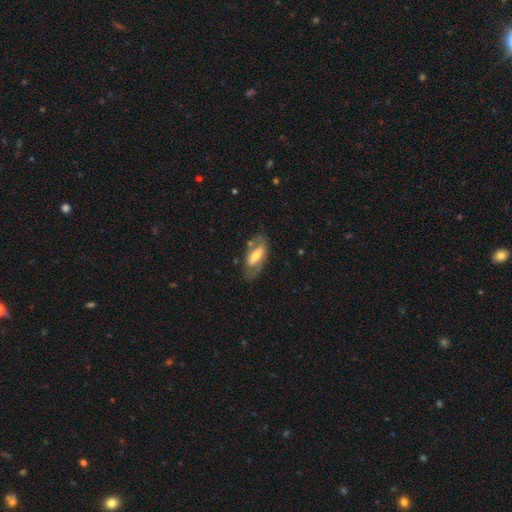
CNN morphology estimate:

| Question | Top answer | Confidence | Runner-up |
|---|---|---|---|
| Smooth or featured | featured or disk | 64% | smooth (30%) |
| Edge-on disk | no | 84% | yes (16%) |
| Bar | strong | 48% | weak (28%) |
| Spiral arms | yes | 52% | no (48%) |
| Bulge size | moderate | 60% | small (27%) |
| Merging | none | 66% | minor disturbance (20%) |